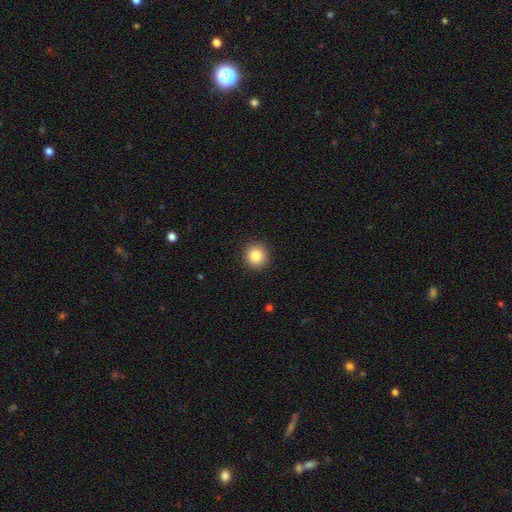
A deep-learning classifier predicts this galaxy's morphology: Smooth or featured? smooth (85%)
How rounded? round (93%)
Merging? none (92%)